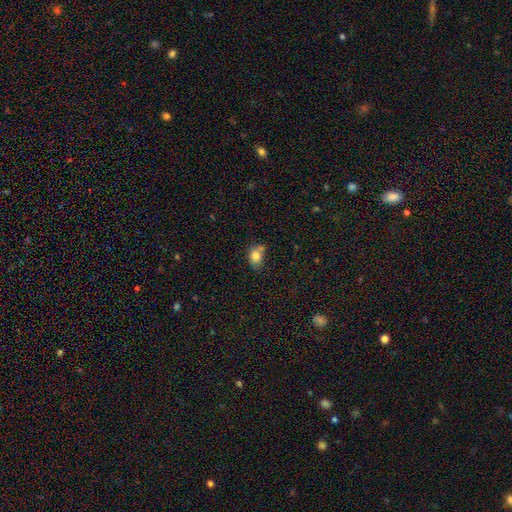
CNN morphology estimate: Smooth or featured? Predicted: smooth (p=0.80). How rounded? Predicted: in between (p=0.61). Merging? Predicted: none (p=0.52).